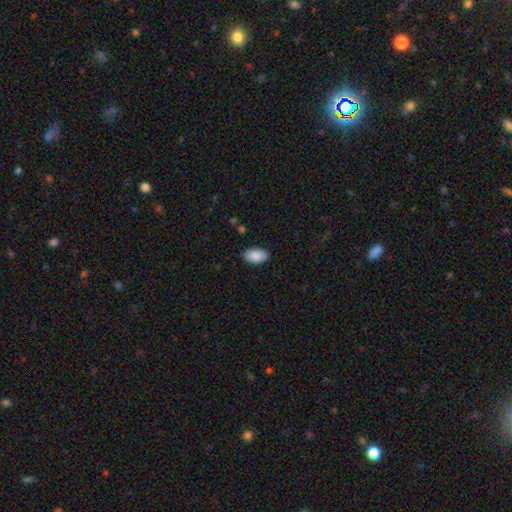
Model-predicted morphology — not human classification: Smooth or featured: smooth — 88% (star or artifact — 6%)
How rounded: in between — 95% (round — 3%)
Merging: none — 87% (minor disturbance — 10%)